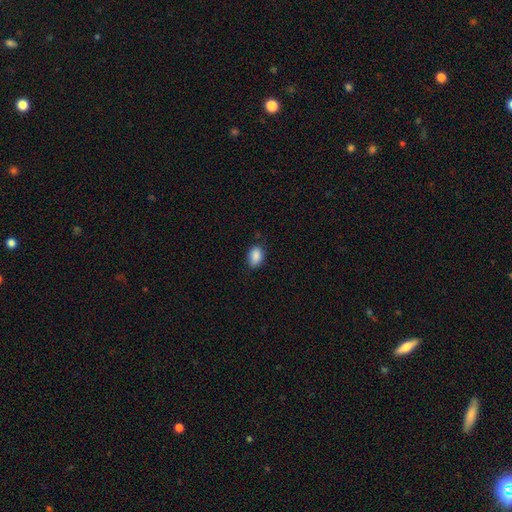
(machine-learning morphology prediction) smooth 88%, star or artifact 8%, featured or disk 4%. Down the decision tree: how rounded — in between (82%); merging — none (76%).